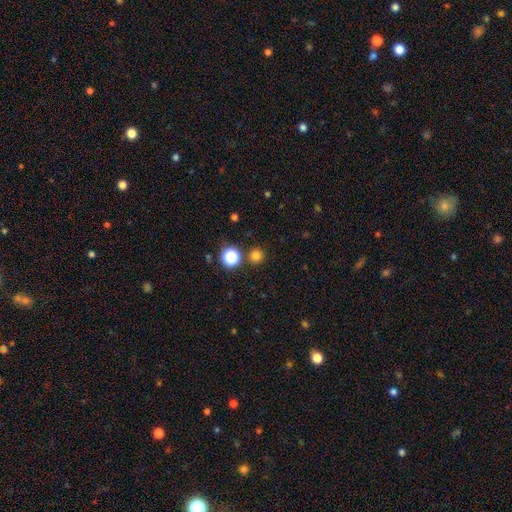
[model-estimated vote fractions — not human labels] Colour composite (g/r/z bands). It shows a smooth galaxy with no disk features (77%) that is round (95%). Merging: none (86%).